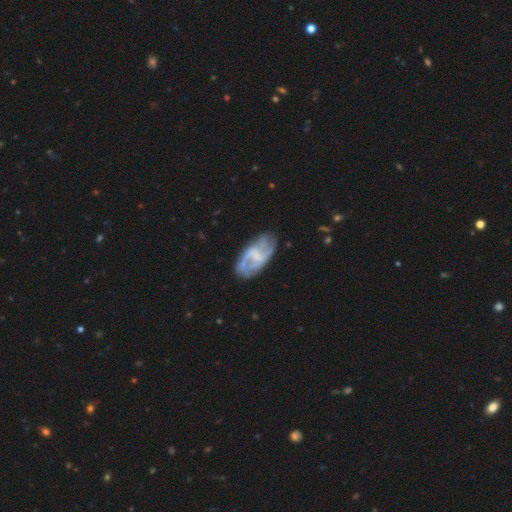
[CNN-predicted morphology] Smooth or featured: featured or disk — 77% (smooth — 17%)
Edge-on disk: no — 96% (yes — 4%)
Bar: weak — 49% (no — 29%)
Spiral arms: yes — 85% (no — 15%)
Spiral winding: medium — 42% (loose — 35%)
Spiral arm count: 2 — 48% (can't tell — 26%)
Bulge size: small — 41% (none — 35%)
Merging: none — 67% (minor disturbance — 20%)